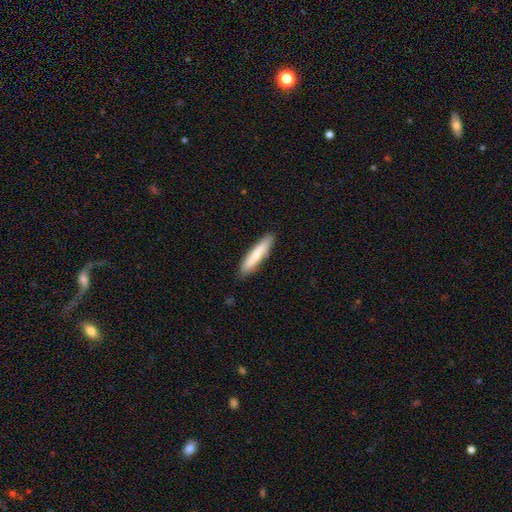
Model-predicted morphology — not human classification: Overall: smooth (71%). How rounded: cigar-shaped (86%). Merging: none (86%).